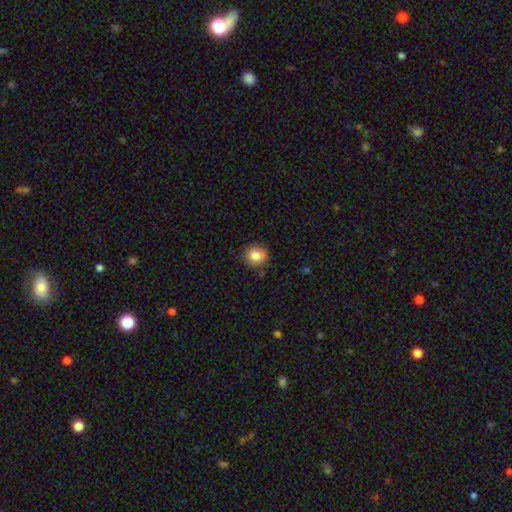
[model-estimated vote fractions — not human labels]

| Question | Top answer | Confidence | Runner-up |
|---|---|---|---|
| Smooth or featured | smooth | 83% | star or artifact (10%) |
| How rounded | round | 87% | in between (12%) |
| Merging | none | 83% | minor disturbance (13%) |